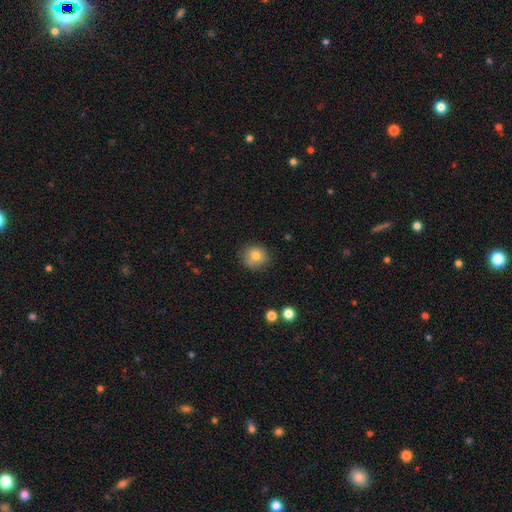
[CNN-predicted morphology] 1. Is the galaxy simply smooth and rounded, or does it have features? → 79% smooth, 10% featured or disk, 10% star or artifact.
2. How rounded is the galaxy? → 86% round, 13% in between, 1% cigar-shaped.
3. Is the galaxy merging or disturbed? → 78% none, 15% minor disturbance, 3% major disturbance, 3% merger.